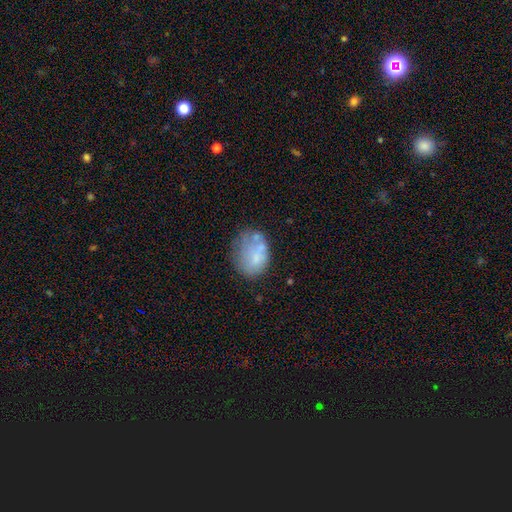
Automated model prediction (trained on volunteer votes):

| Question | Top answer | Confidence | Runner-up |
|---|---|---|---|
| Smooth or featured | smooth | 56% | featured or disk (33%) |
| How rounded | in between | 60% | round (39%) |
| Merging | none | 43% | minor disturbance (26%) |